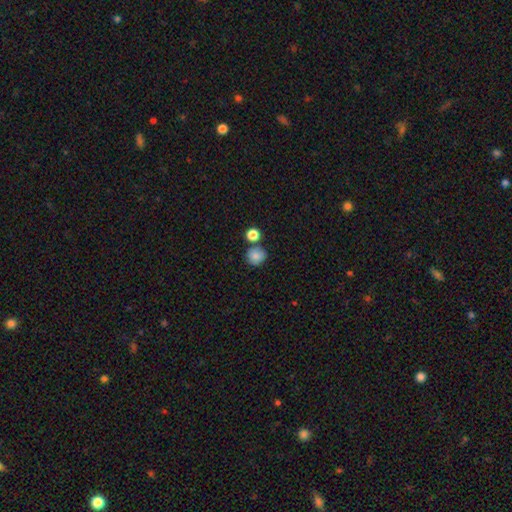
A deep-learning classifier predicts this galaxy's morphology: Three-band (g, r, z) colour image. It shows a smooth galaxy with no disk features (83%) that is round (89%). Merging: none (71%).